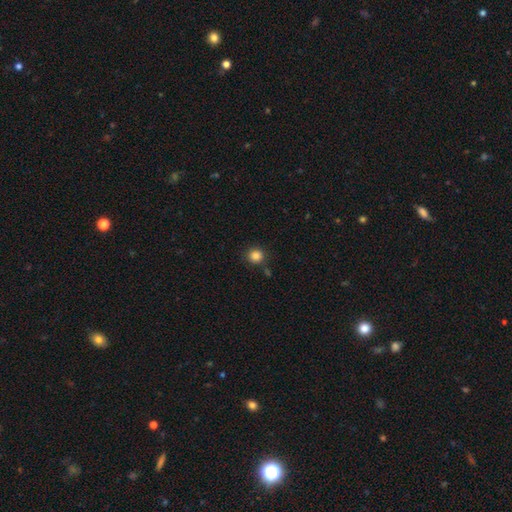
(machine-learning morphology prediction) smooth-or-featured: smooth: 85% | star or artifact: 11% | featured or disk: 4%
  how-rounded: round: 91% | in between: 8% | cigar-shaped: 1%
  merging: none: 85% | minor disturbance: 8% | merger: 4% | major disturbance: 3%